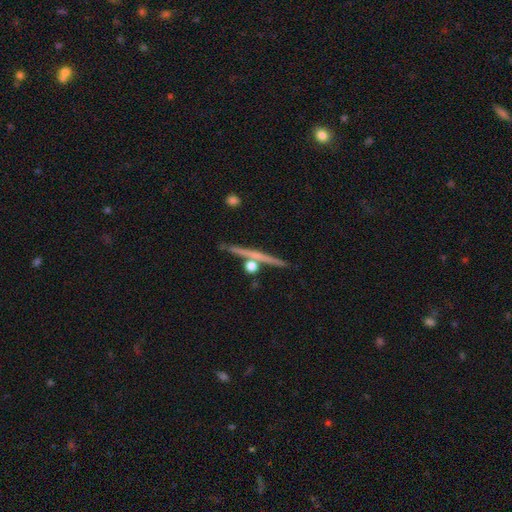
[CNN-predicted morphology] type=featured or disk (71%); edge-on=yes (97%); edge-on bulge=none (47%); merging=none (82%).